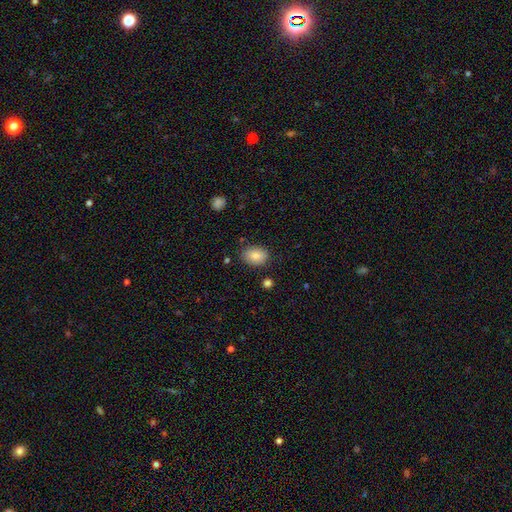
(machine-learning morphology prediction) Smooth or featured? smooth (84%)
How rounded? in between (76%)
Merging? none (80%)